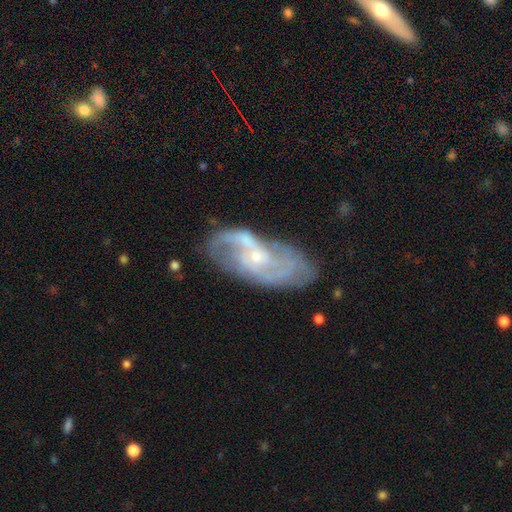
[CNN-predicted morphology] Smooth or featured? Predicted: featured or disk (p=0.83). Edge-on disk? Predicted: no (p=0.95). Bar? Predicted: no (p=0.59). Spiral arms? Predicted: yes (p=0.92). Spiral winding? Predicted: medium (p=0.47). Spiral arm count? Predicted: 2 (p=0.52). Bulge size? Predicted: small (p=0.74). Merging? Predicted: none (p=0.60).